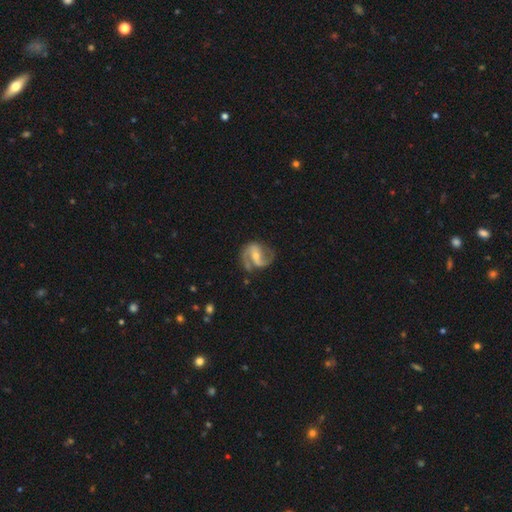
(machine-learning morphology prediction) The model was most divided on "bulge size" (2-way tie): small: 47%, moderate: 47%, none: 3%, large: 2%, dominant: 1%. Remaining: edge-on disk — no (98%); spiral arms — yes (97%); spiral arm count — 2 (90%); smooth or featured — featured or disk (88%); merging — none (70%); spiral winding — medium (56%); bar — weak (42%).